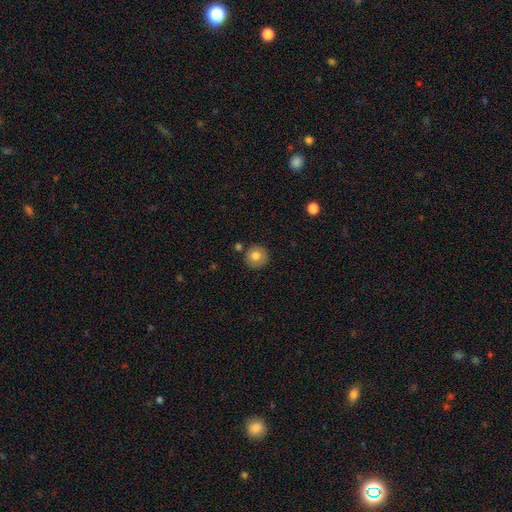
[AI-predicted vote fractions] Smooth or featured?
  - smooth: 80% *
  - featured or disk: 11%
  - star or artifact: 9%
How rounded?
  - round: 94% *
  - in between: 5%
  - cigar-shaped: 1%
Merging?
  - none: 84% *
  - minor disturbance: 9%
  - merger: 5%
  - major disturbance: 2%